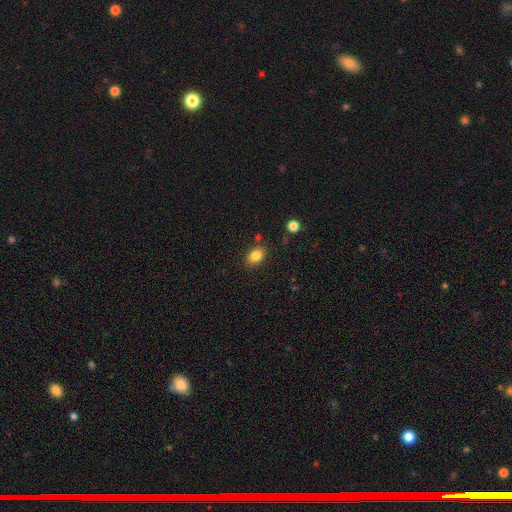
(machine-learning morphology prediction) smooth_or_featured: smooth (p=0.84) [alt: star or artifact p=0.09]
how_rounded: in between (p=0.78) [alt: round p=0.21]
merging: none (p=0.80) [alt: minor disturbance p=0.13]